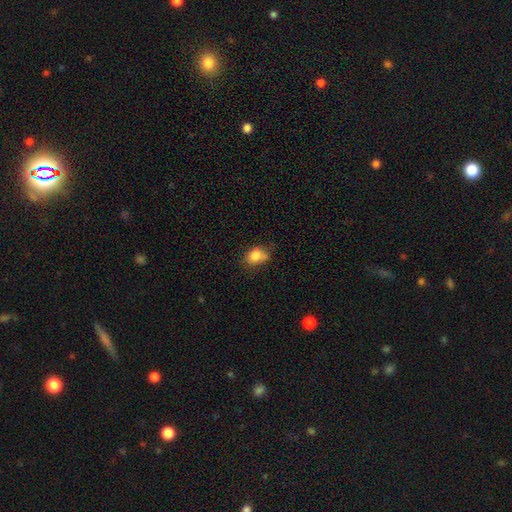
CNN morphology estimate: This appears to be a smooth galaxy with no disk features (82%) that is in between round and cigar-shaped (60%). Merging: none (54%).